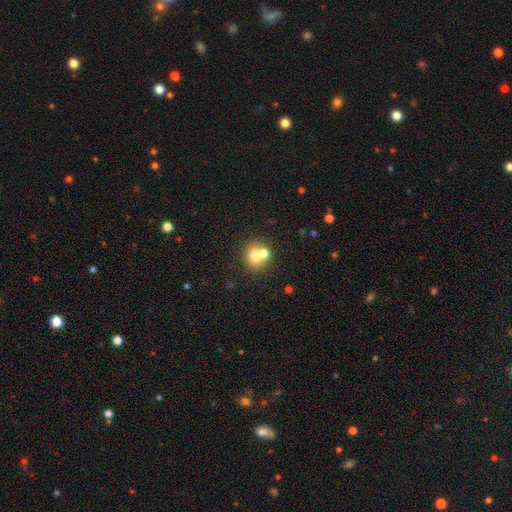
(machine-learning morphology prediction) The model was most divided on "merging": none: 53%, merger: 36%, minor disturbance: 7%, major disturbance: 3%. More confident: how rounded — round (83%); smooth or featured — smooth (70%).